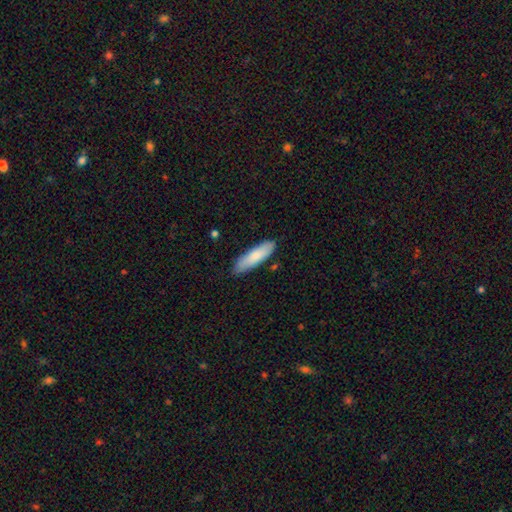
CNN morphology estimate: This is clearly a smooth galaxy (84%). How rounded: likely cigar-shaped (61%). Merging: clearly none (84%).